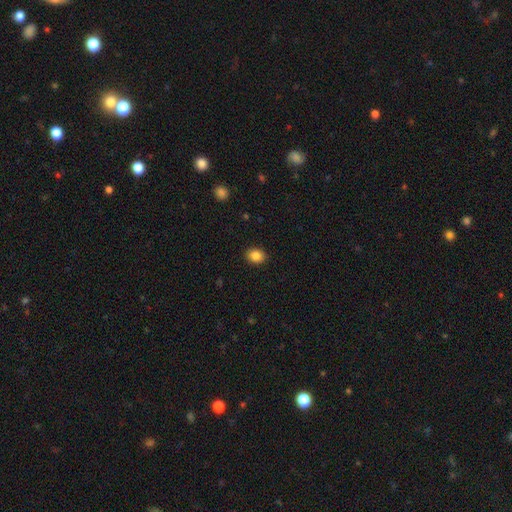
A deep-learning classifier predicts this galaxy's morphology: smooth_or_featured: smooth (p=0.86) [alt: star or artifact p=0.09]
how_rounded: in between (p=0.54) [alt: round p=0.45]
merging: none (p=0.90) [alt: minor disturbance p=0.07]